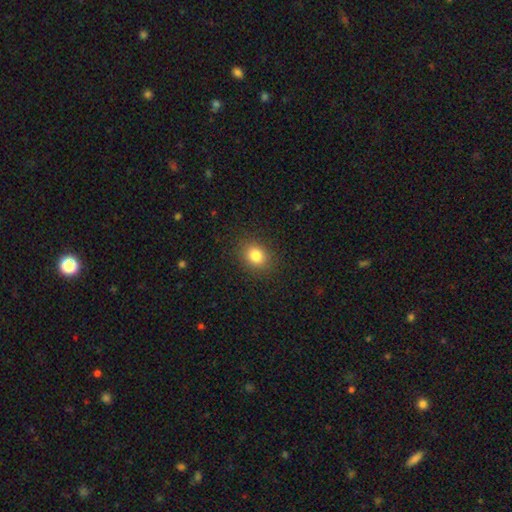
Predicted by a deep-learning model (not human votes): Overall: smooth (83%). How rounded: round (55%; in between 44%). Merging: none (88%).